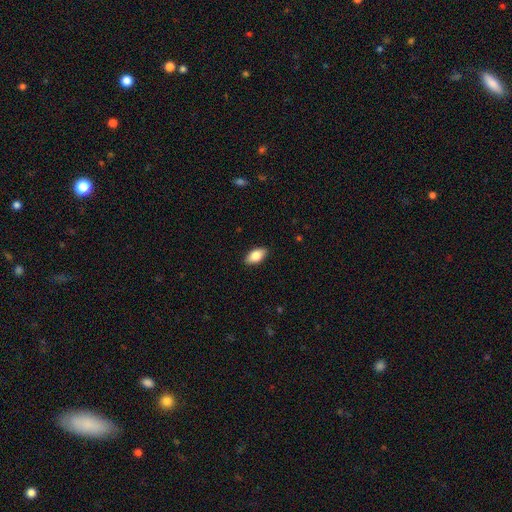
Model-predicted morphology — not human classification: Q: Smooth or featured?
A: smooth (84%); runner-up: featured or disk (9%)
Q: How rounded?
A: in between (93%); runner-up: round (4%)
Q: Merging?
A: none (89%); runner-up: minor disturbance (9%)